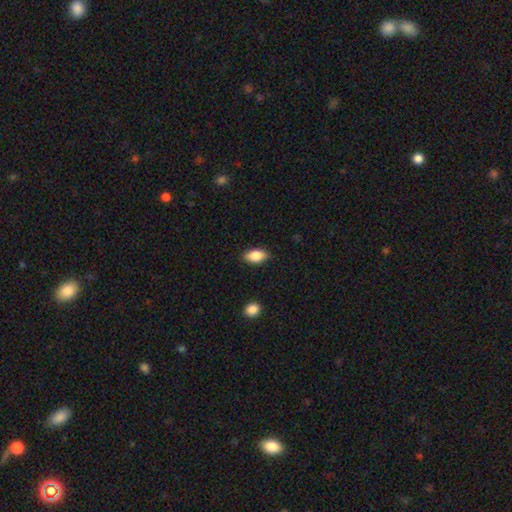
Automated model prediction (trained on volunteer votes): Overall: smooth (85%). How rounded: in between (91%). Merging: none (87%).